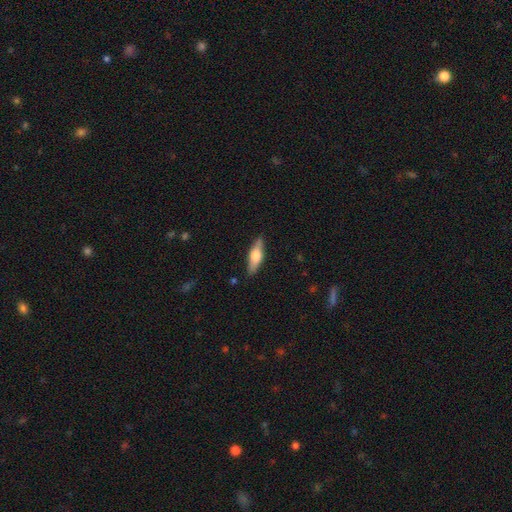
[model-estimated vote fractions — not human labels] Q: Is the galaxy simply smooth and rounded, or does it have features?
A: smooth — 53%.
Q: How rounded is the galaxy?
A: cigar-shaped — 51%.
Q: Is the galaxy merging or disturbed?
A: none — 86%.